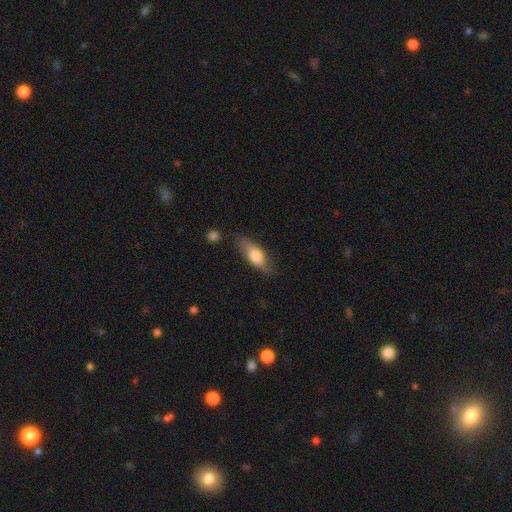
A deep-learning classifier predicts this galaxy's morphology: Smooth or featured?
  - smooth: 72% *
  - featured or disk: 22%
  - star or artifact: 6%
How rounded?
  - in between: 71% *
  - cigar-shaped: 26%
  - round: 3%
Merging?
  - none: 74% *
  - minor disturbance: 19%
  - major disturbance: 4%
  - merger: 3%